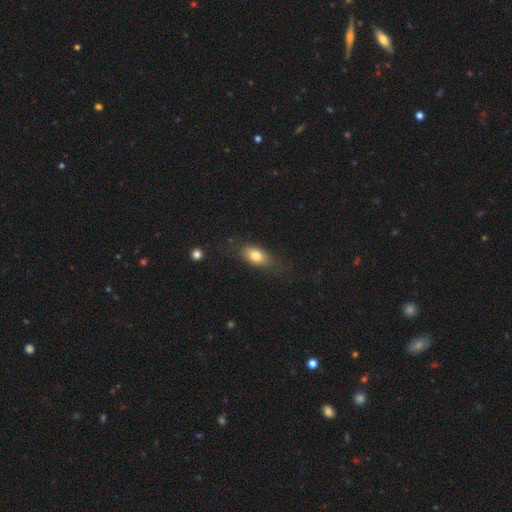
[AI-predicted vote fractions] This is likely a smooth galaxy (77%). How rounded: clearly in between (81%). Merging: likely none (69%).